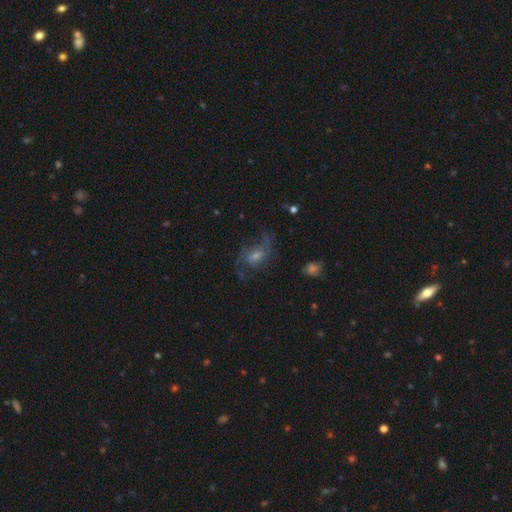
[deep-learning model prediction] smooth-or-featured: featured or disk: 64% | smooth: 19% | star or artifact: 17%
  disk-edge-on: no: 95% | yes: 5%
    bar: no: 52% | weak: 39% | strong: 9%
    has-spiral-arms: yes: 86% | no: 14%
      spiral-winding: loose: 46% | medium: 41% | tight: 13%
      spiral-arm-count: 2: 60% | can't tell: 19% | 3: 8% | 1: 7% | 4: 3% | more than 4: 3%
    bulge-size: moderate: 45% | small: 34% | large: 10% | none: 9% | dominant: 2%
  merging: none: 57% | major disturbance: 22% | minor disturbance: 19% | merger: 2%